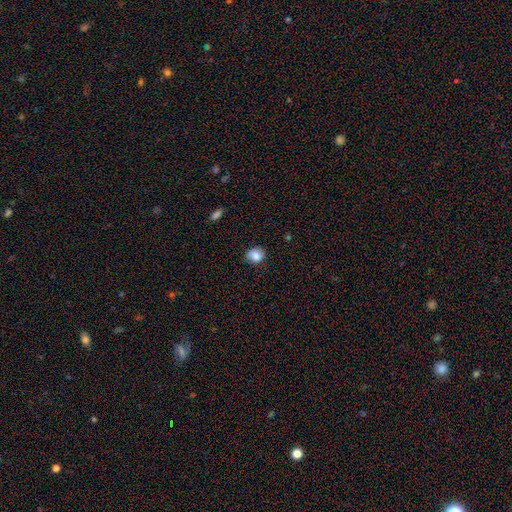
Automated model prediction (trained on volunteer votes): Smooth or featured? smooth (85%)
How rounded? round (75%)
Merging? none (78%)